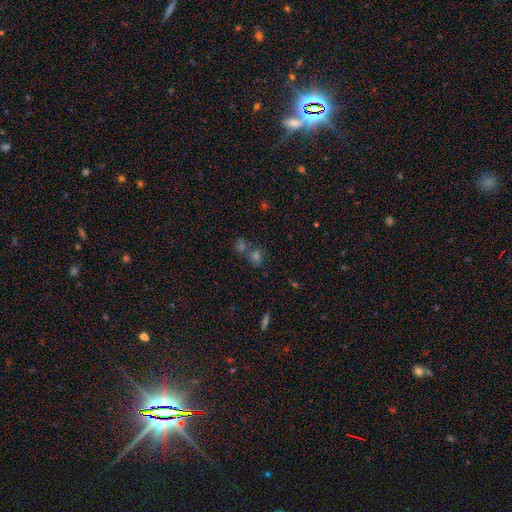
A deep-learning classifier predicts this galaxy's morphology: Smooth or featured? smooth (55%)
How rounded? round (66%)
Merging? none (52%)